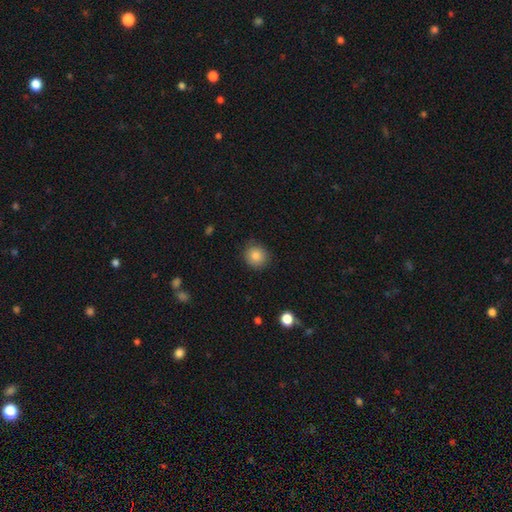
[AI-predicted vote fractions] Smooth or featured?
  - smooth: 84% *
  - star or artifact: 10%
  - featured or disk: 6%
How rounded?
  - round: 89% *
  - in between: 10%
  - cigar-shaped: 1%
Merging?
  - none: 85% *
  - minor disturbance: 12%
  - major disturbance: 3%
  - merger: 1%